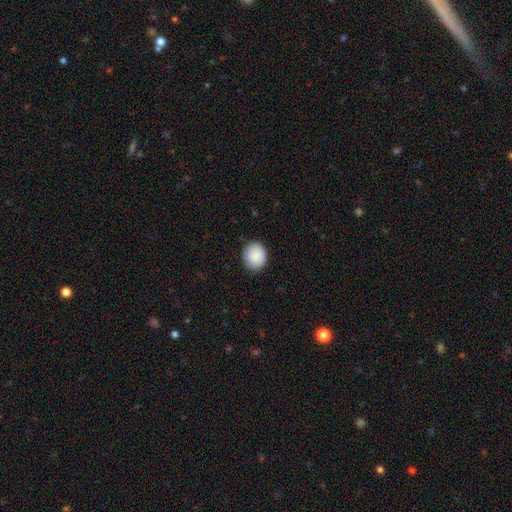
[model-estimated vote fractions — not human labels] This is clearly a smooth galaxy (89%). How rounded: clearly round (80%). Merging: clearly none (86%).